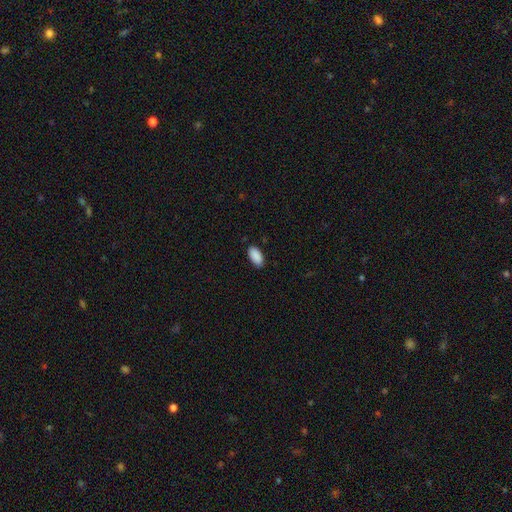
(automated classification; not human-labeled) The model was most divided on "merging": none: 87%, minor disturbance: 10%, major disturbance: 2%, merger: 1%. More confident: how rounded — in between (94%); smooth or featured — smooth (91%).